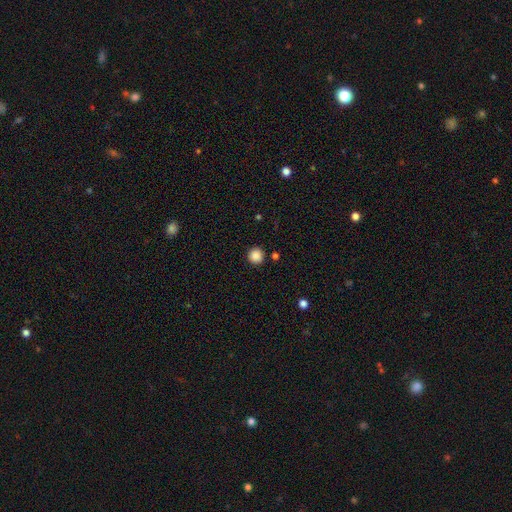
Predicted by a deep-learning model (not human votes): Smooth or featured: smooth — 87% (star or artifact — 10%)
How rounded: round — 95% (in between — 4%)
Merging: none — 90% (minor disturbance — 6%)